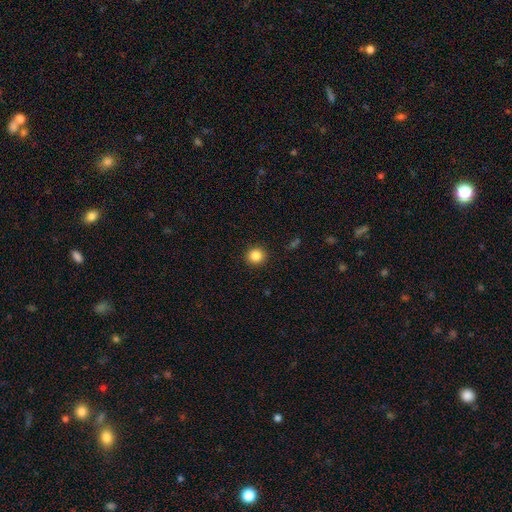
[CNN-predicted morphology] smooth 86%, star or artifact 10%, featured or disk 4%. Down the decision tree: how rounded — round (92%); merging — none (92%).